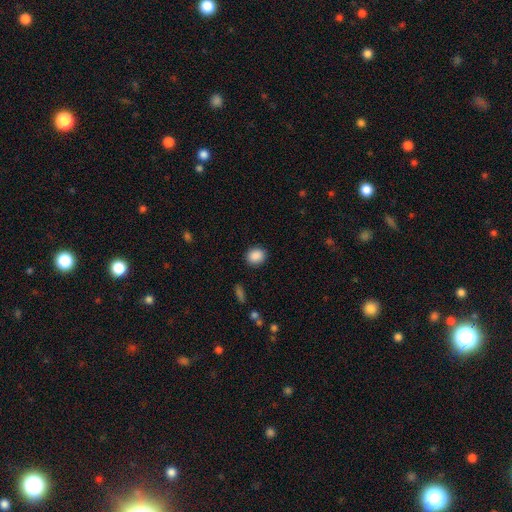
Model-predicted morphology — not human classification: smooth-or-featured: smooth: 89% | star or artifact: 8% | featured or disk: 3%
  how-rounded: round: 58% | in between: 41% | cigar-shaped: 1%
  merging: none: 88% | minor disturbance: 9% | major disturbance: 3% | merger: 1%